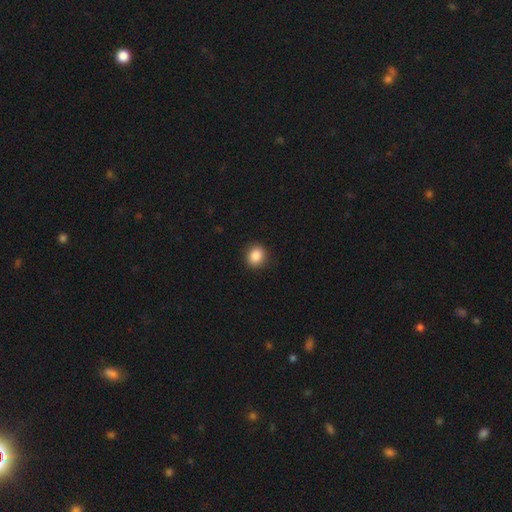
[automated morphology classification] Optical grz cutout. It shows a smooth galaxy with no disk features (88%) that is round (74%). Merging: none (90%).